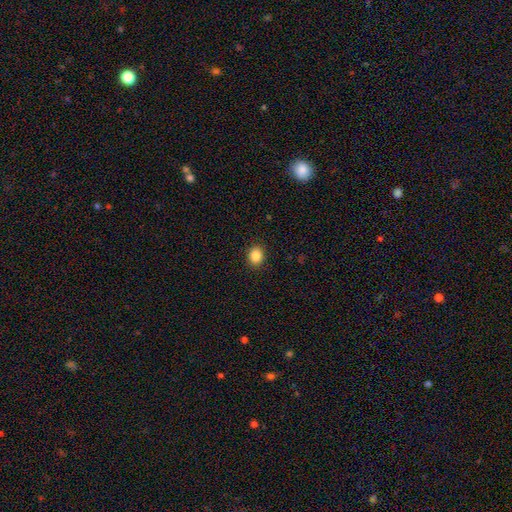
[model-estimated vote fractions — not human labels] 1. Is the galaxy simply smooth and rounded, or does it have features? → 86% smooth, 10% star or artifact, 4% featured or disk.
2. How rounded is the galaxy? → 61% round, 38% in between, 1% cigar-shaped.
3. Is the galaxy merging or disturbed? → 90% none, 7% minor disturbance, 2% major disturbance, 1% merger.